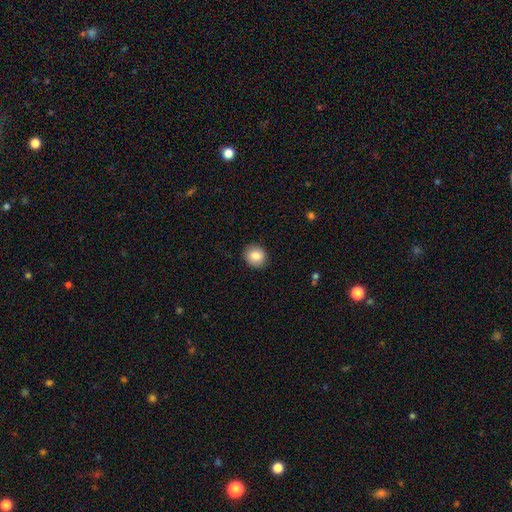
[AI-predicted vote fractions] Q: Smooth or featured?
A: smooth (84%); runner-up: star or artifact (8%)
Q: How rounded?
A: round (78%); runner-up: in between (21%)
Q: Merging?
A: none (89%); runner-up: minor disturbance (8%)